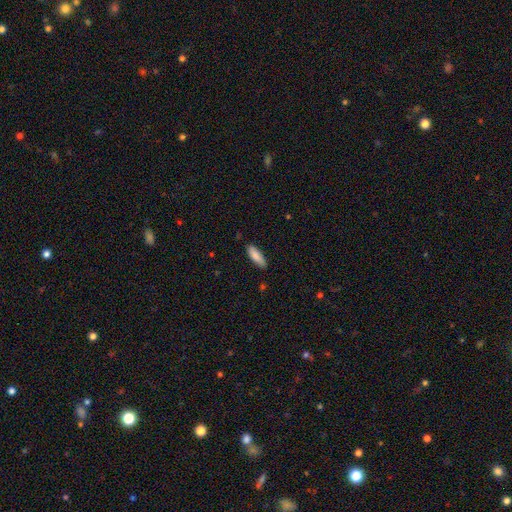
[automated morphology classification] The model was most divided on "how rounded": in between: 51%, cigar-shaped: 47%, round: 1%. More confident: smooth or featured — smooth (86%); merging — none (83%).